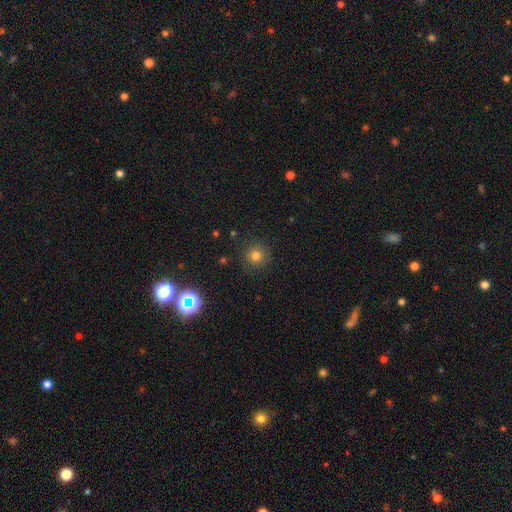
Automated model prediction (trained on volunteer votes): This is likely a smooth galaxy (75%). How rounded: clearly round (93%). Merging: clearly none (85%).